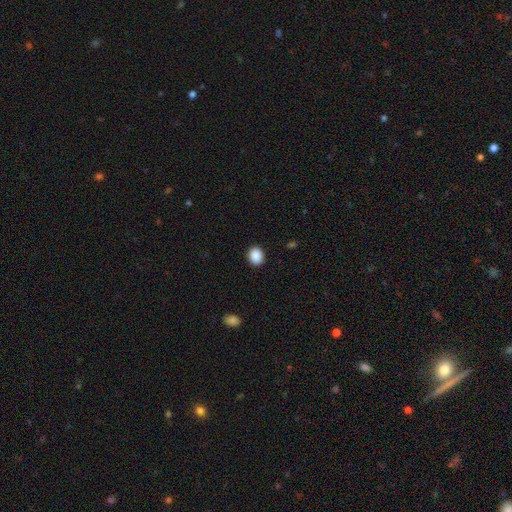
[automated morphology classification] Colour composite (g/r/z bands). It shows a smooth galaxy with no disk features (89%) that is round (64%). Merging: none (91%).